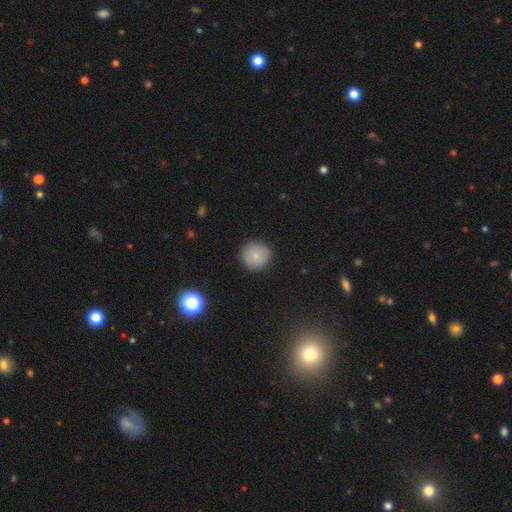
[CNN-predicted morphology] Smooth or featured?
  - smooth: 83% *
  - star or artifact: 10%
  - featured or disk: 7%
How rounded?
  - round: 93% *
  - in between: 6%
  - cigar-shaped: 1%
Merging?
  - none: 89% *
  - minor disturbance: 8%
  - major disturbance: 2%
  - merger: 1%